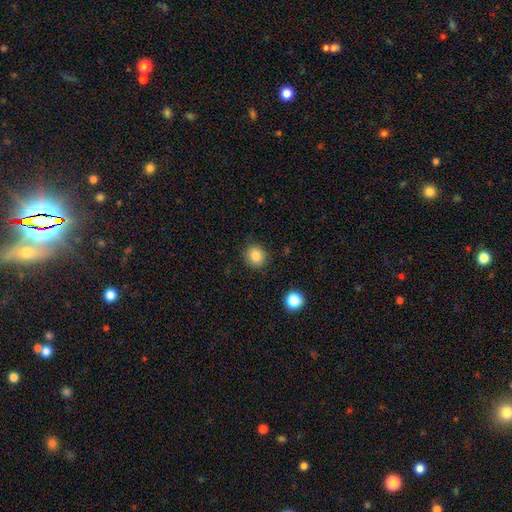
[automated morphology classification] Smooth or featured? smooth (84%)
How rounded? round (83%)
Merging? none (87%)